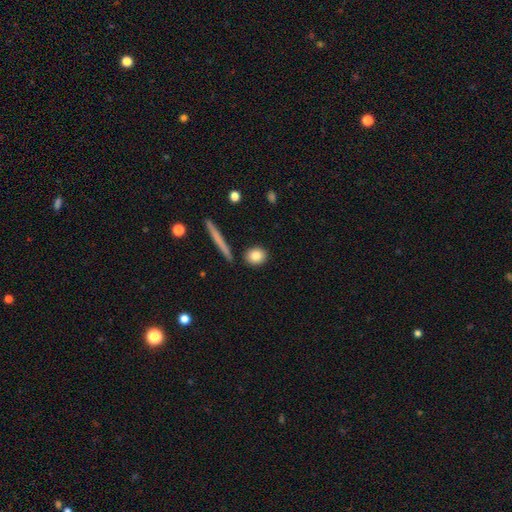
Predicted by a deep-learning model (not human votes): Smooth or featured: smooth — 83% (featured or disk — 10%)
How rounded: round — 56% (in between — 39%)
Merging: none — 87% (minor disturbance — 7%)